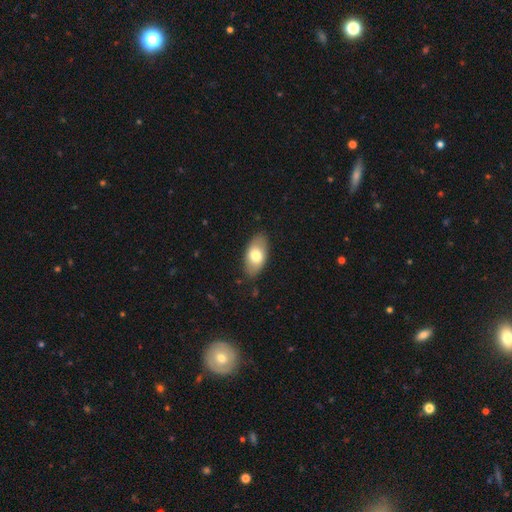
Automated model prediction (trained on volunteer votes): A smooth galaxy with no disk features (72%) that is in between round and cigar-shaped (93%).

Vote fractions:
- Smooth or featured? smooth: 72% / featured or disk: 22% / star or artifact: 6%
- How rounded? in between: 93% / round: 4% / cigar-shaped: 3%
- Merging? none: 85% / minor disturbance: 12% / major disturbance: 3% / merger: 1%